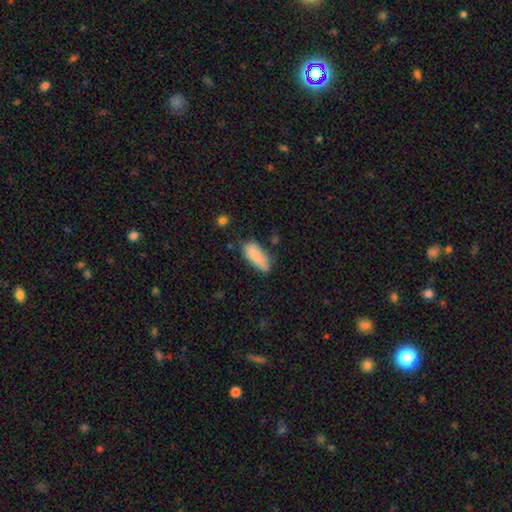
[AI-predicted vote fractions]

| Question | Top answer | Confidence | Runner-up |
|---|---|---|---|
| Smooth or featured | smooth | 85% | featured or disk (8%) |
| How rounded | in between | 72% | cigar-shaped (26%) |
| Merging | none | 61% | minor disturbance (29%) |